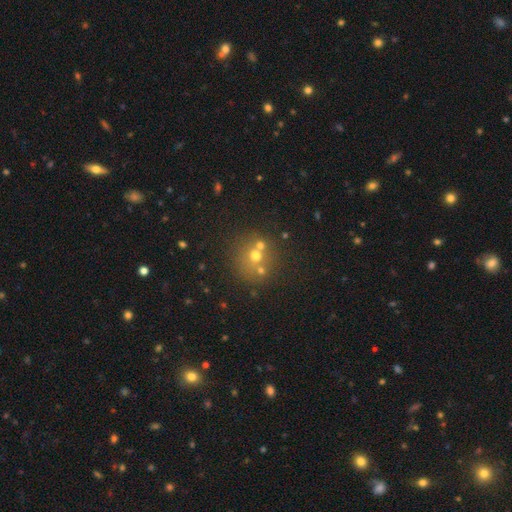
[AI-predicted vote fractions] Smooth or featured? smooth (57%)
How rounded? round (87%)
Merging? none (55%)